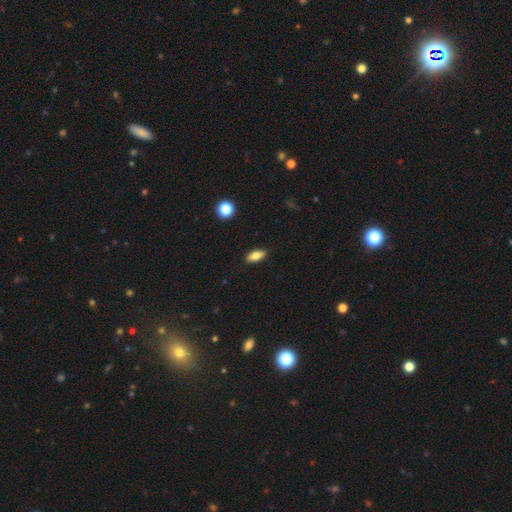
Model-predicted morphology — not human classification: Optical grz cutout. It shows a smooth galaxy with no disk features (79%) that is in between round and cigar-shaped (80%). Merging: none (89%).